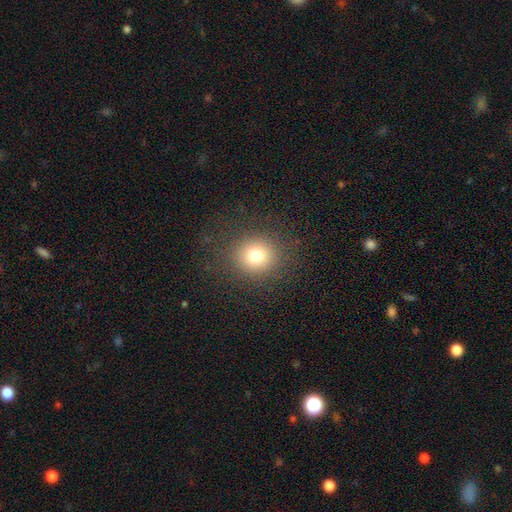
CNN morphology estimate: This is likely a smooth galaxy (76%). How rounded: clearly round (85%). Merging: clearly none (87%).